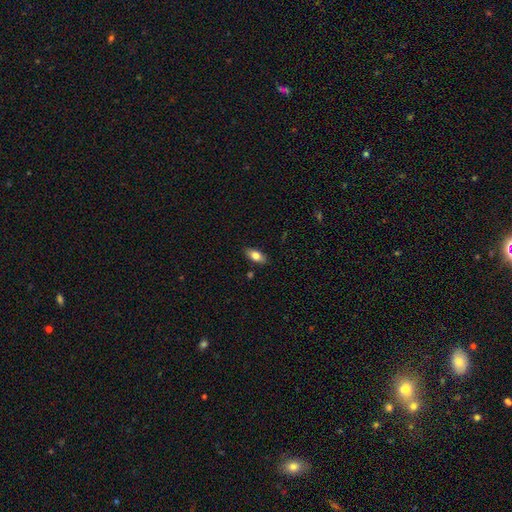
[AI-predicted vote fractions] This is likely a smooth galaxy (78%). How rounded: clearly in between (88%). Merging: clearly none (86%).